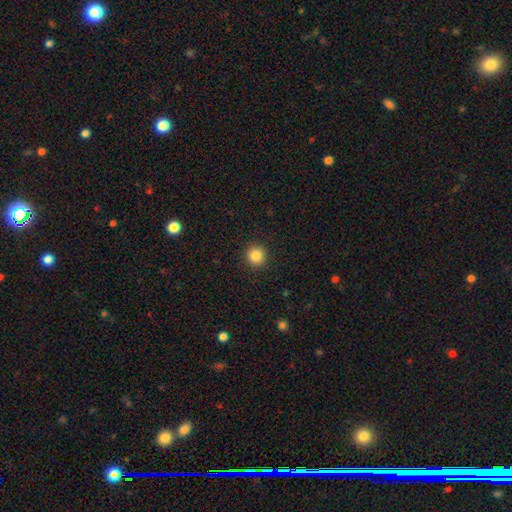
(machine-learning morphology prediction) This is clearly a smooth galaxy (85%). How rounded: clearly round (93%). Merging: clearly none (92%).